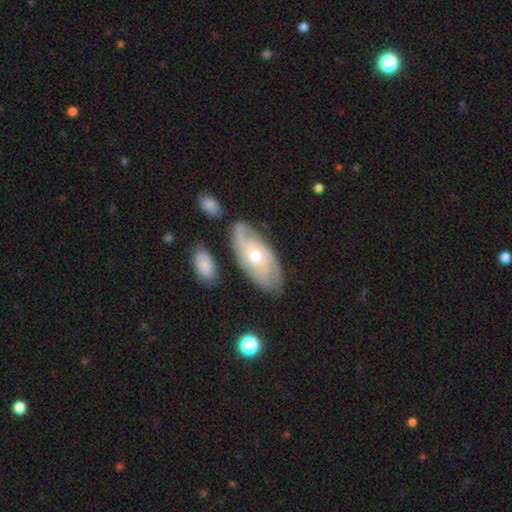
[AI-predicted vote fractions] smooth-or-featured: featured or disk: 76% | smooth: 17% | star or artifact: 6%
  disk-edge-on: no: 92% | yes: 8%
    bar: no: 75% | weak: 21% | strong: 4%
    has-spiral-arms: yes: 90% | no: 10%
      spiral-winding: tight: 57% | medium: 32% | loose: 11%
      spiral-arm-count: can't tell: 33% | 2: 31% | 3: 20% | 4: 8% | 1: 4% | more than 4: 4%
    bulge-size: moderate: 59% | small: 38% | large: 2% | none: 1% | dominant: 1%
  merging: none: 77% | minor disturbance: 16% | major disturbance: 4% | merger: 3%